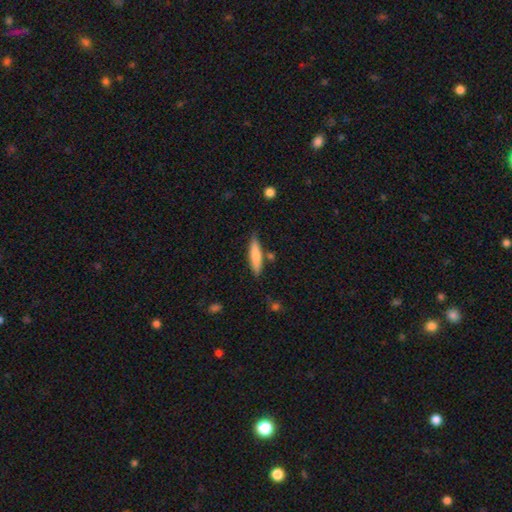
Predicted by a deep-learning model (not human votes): This is likely a smooth galaxy (76%). How rounded: clearly cigar-shaped (81%). Merging: likely none (80%).